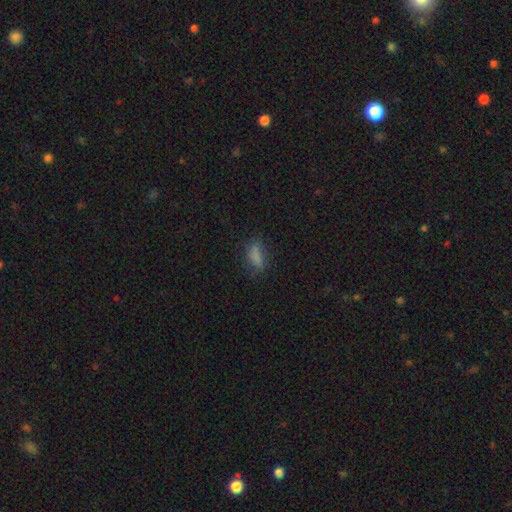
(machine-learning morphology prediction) Smooth or featured?
  - smooth: 79% *
  - star or artifact: 13%
  - featured or disk: 9%
How rounded?
  - in between: 73% *
  - cigar-shaped: 22%
  - round: 5%
Merging?
  - none: 70% *
  - minor disturbance: 20%
  - major disturbance: 8%
  - merger: 2%